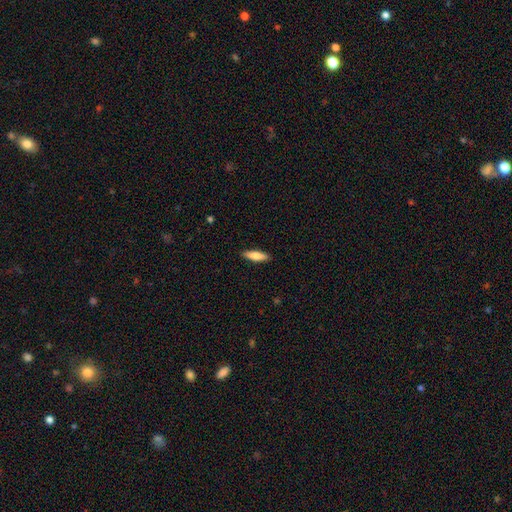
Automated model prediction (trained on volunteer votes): Q: Smooth or featured?
A: smooth (75%); runner-up: featured or disk (20%)
Q: How rounded?
A: cigar-shaped (57%); runner-up: in between (41%)
Q: Merging?
A: none (90%); runner-up: minor disturbance (8%)